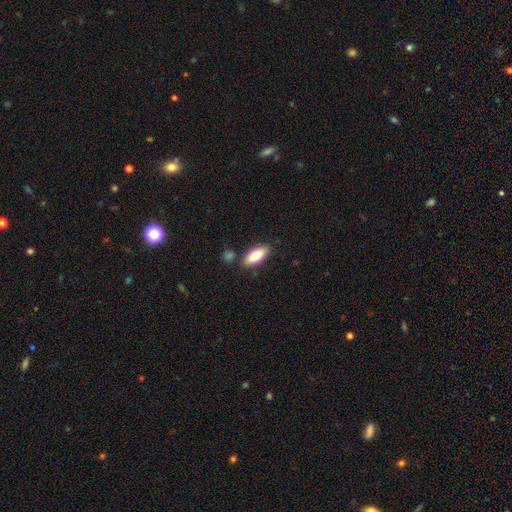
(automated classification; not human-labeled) smooth 75%, featured or disk 19%, star or artifact 6%. Down the decision tree: how rounded — in between (75%); merging — none (82%).